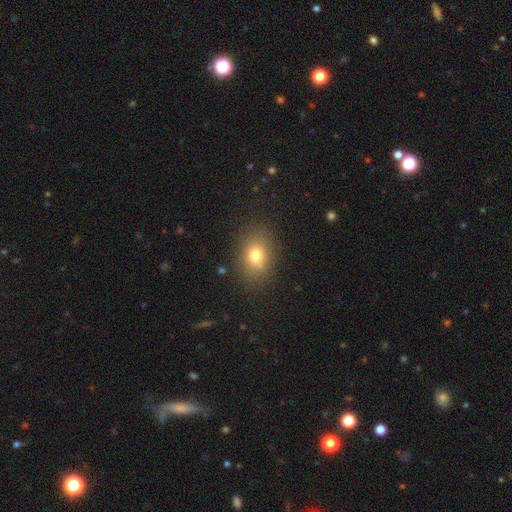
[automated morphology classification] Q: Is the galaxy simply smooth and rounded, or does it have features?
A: smooth — 76%.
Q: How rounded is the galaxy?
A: in between — 66%.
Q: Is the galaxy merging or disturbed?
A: none — 81%.